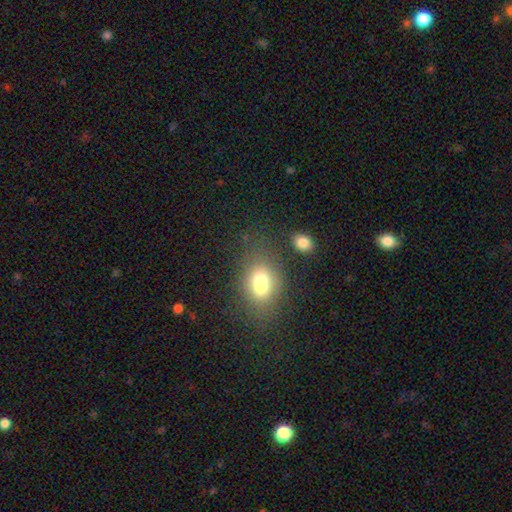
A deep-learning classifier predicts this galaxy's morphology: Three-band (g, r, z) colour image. It shows a smooth galaxy with no disk features (72%) that is in between round and cigar-shaped (79%). Merging: none (77%).